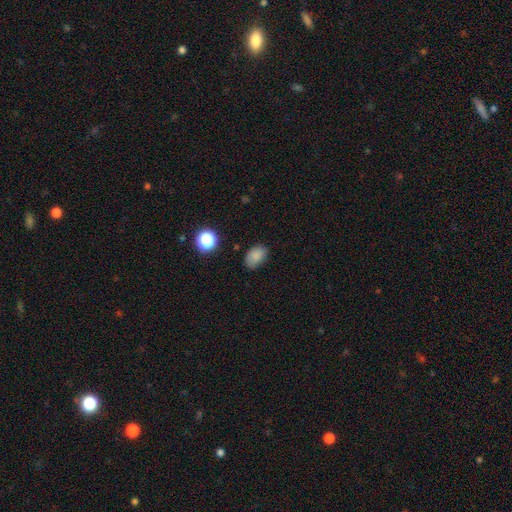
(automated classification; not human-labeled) Smooth or featured? Predicted: smooth (p=0.83). How rounded? Predicted: in between (p=0.84). Merging? Predicted: none (p=0.75).